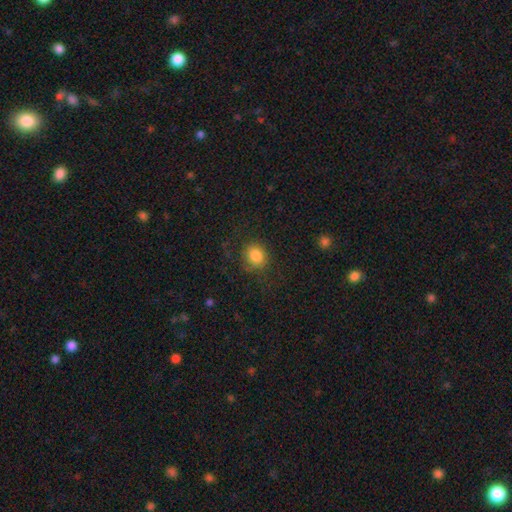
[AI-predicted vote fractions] Q: Smooth or featured?
A: smooth (84%); runner-up: star or artifact (10%)
Q: How rounded?
A: round (79%); runner-up: in between (21%)
Q: Merging?
A: none (81%); runner-up: minor disturbance (12%)